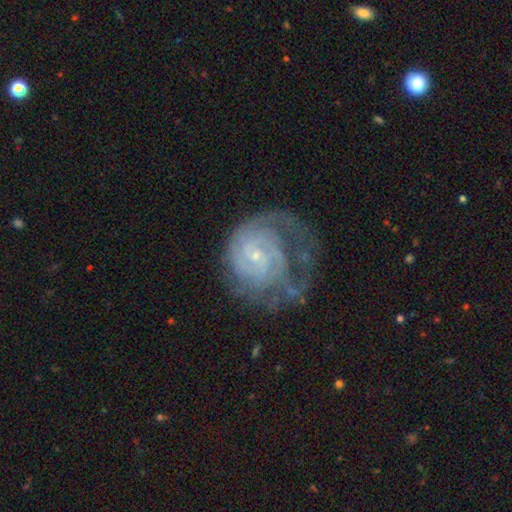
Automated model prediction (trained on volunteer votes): A featured or disk galaxy (82%) with no bar (67%), tight (61%) spiral arms (92%) and a small central bulge (80%). Merging: none (43%).